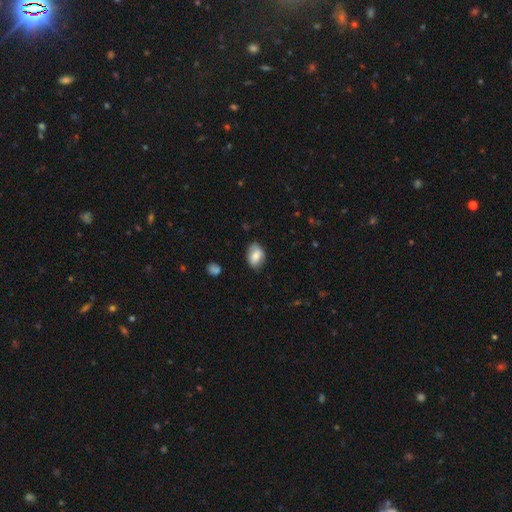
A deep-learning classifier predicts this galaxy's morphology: smooth-or-featured: smooth: 77% | featured or disk: 16% | star or artifact: 7%
  how-rounded: in between: 86% | round: 12% | cigar-shaped: 1%
  merging: none: 75% | minor disturbance: 19% | major disturbance: 4% | merger: 1%